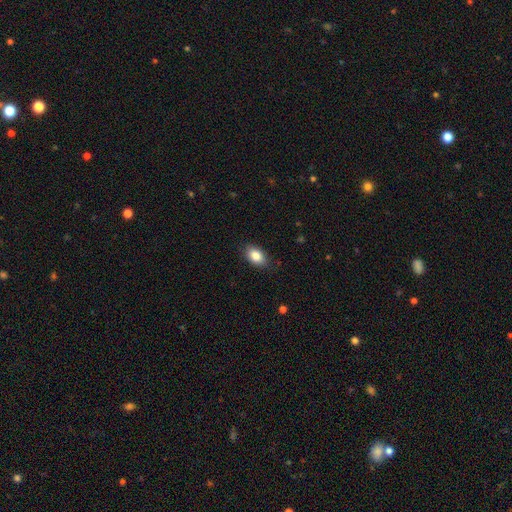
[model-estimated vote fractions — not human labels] smooth 85%, star or artifact 8%, featured or disk 7%. Down the decision tree: how rounded — in between (89%); merging — none (85%).